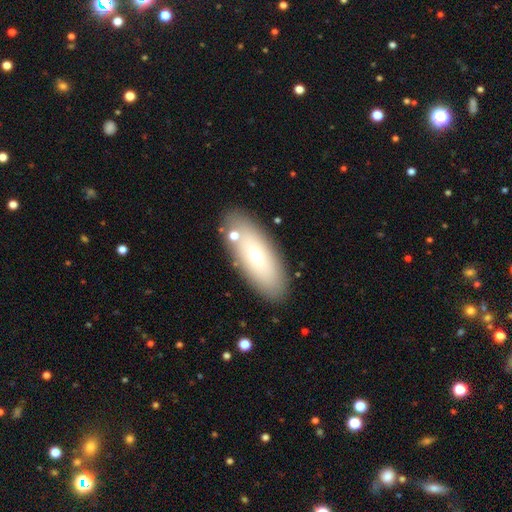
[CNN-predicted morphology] smooth 64%, featured or disk 28%, star or artifact 8%. Down the decision tree: how rounded — in between (76%); merging — none (82%).